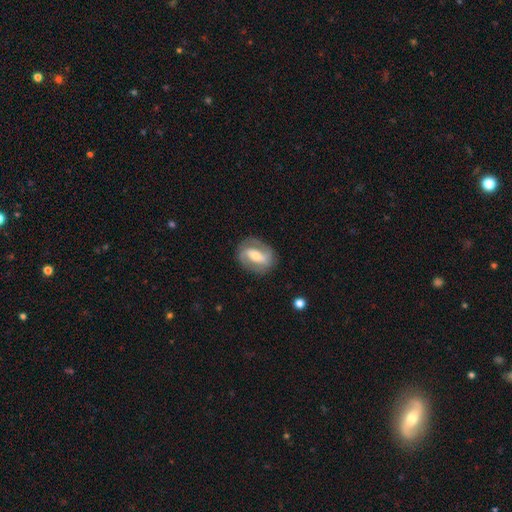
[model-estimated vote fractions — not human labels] smooth-or-featured: featured or disk: 73% | smooth: 21% | star or artifact: 6%
  disk-edge-on: no: 95% | yes: 5%
    bar: strong: 47% | weak: 34% | no: 19%
    has-spiral-arms: yes: 82% | no: 18%
      spiral-winding: medium: 42% | tight: 39% | loose: 19%
      spiral-arm-count: 2: 82% | can't tell: 10% | 1: 4% | 3: 2% | 4: 1% | more than 4: 1%
    bulge-size: moderate: 56% | small: 34% | large: 7% | none: 2% | dominant: 1%
  merging: none: 80% | minor disturbance: 13% | major disturbance: 6% | merger: 1%